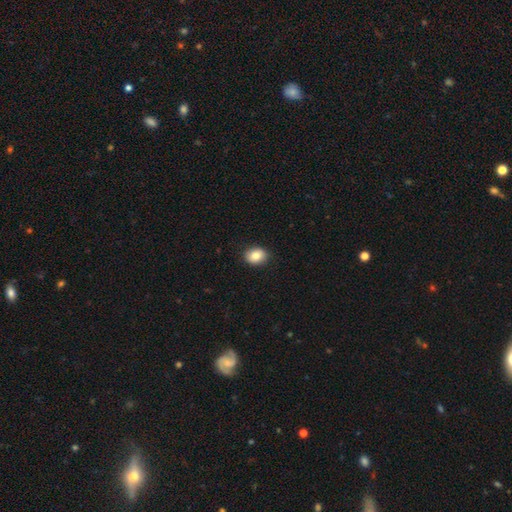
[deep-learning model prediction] Smooth or featured? Predicted: smooth (p=0.84). How rounded? Predicted: in between (p=0.56). Merging? Predicted: none (p=0.89).